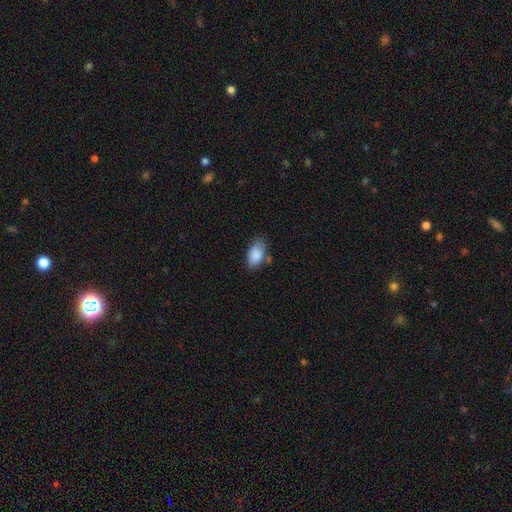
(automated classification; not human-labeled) A smooth galaxy with no disk features (87%) that is in between round and cigar-shaped (92%). Merging: none (66%).